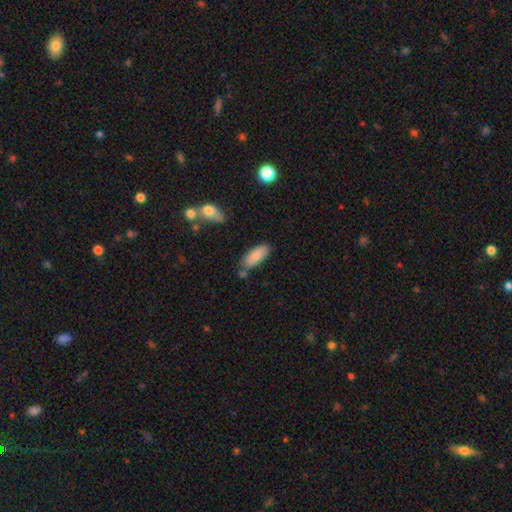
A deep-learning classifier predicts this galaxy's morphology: smooth-or-featured: smooth: 83% | featured or disk: 10% | star or artifact: 6%
  how-rounded: in between: 79% | cigar-shaped: 19% | round: 2%
  merging: none: 73% | minor disturbance: 15% | merger: 8% | major disturbance: 3%